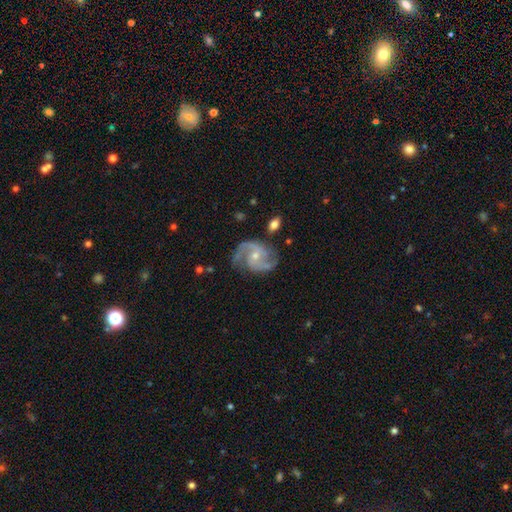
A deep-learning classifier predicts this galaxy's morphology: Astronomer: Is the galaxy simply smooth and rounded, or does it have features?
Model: featured or disk — 89%.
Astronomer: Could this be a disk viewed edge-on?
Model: no — 98%.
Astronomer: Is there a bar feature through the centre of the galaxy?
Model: no — 54% (runner-up: weak, 37%).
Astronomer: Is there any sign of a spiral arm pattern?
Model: yes — 97%.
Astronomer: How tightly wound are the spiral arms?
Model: medium — 56%.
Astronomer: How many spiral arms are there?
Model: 2 — 84%.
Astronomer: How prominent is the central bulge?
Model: small — 55% (runner-up: moderate, 41%).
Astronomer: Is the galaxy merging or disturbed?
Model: none — 73%.